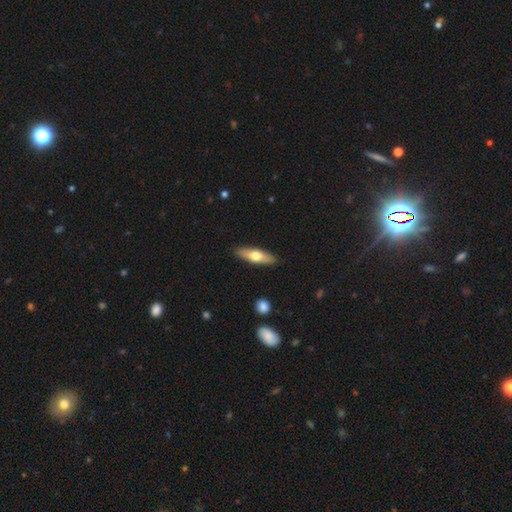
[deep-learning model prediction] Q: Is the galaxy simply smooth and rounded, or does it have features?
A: smooth — 59%.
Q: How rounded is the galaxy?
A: cigar-shaped — 55%.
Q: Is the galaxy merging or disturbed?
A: none — 89%.